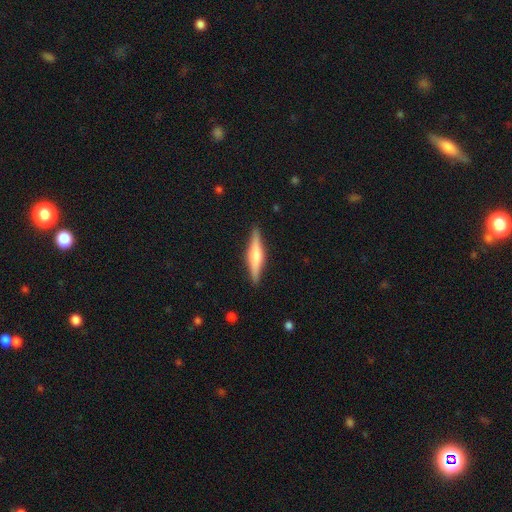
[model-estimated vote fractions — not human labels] Q: Smooth or featured?
A: featured or disk (54%); runner-up: smooth (41%)
Q: Edge-on disk?
A: yes (96%); runner-up: no (4%)
Q: Edge-on bulge?
A: rounded (65%); runner-up: boxy (21%)
Q: Merging?
A: none (89%); runner-up: minor disturbance (8%)